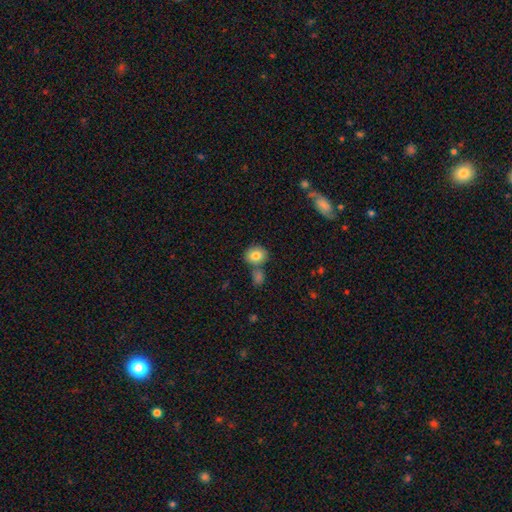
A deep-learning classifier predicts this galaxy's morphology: Smooth or featured?
  - smooth: 83% *
  - star or artifact: 9%
  - featured or disk: 8%
How rounded?
  - round: 68% *
  - in between: 31%
  - cigar-shaped: 1%
Merging?
  - none: 65% *
  - merger: 20%
  - minor disturbance: 11%
  - major disturbance: 3%